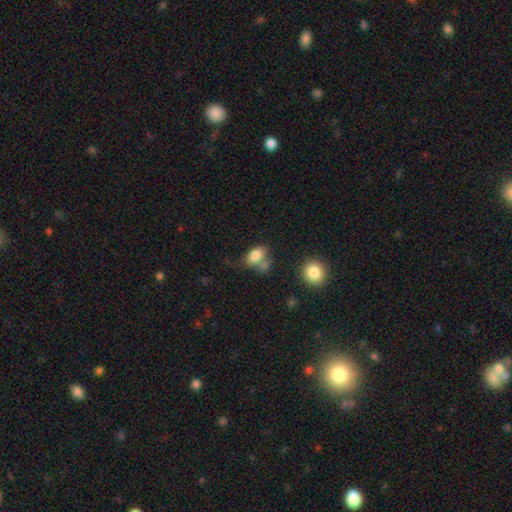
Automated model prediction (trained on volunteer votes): A smooth galaxy with no disk features (81%) that is in between round and cigar-shaped (86%).

Vote fractions:
- Smooth or featured? smooth: 81% / featured or disk: 11% / star or artifact: 9%
- How rounded? in between: 86% / round: 11% / cigar-shaped: 2%
- Merging? none: 41% / merger: 29% / minor disturbance: 20% / major disturbance: 11%